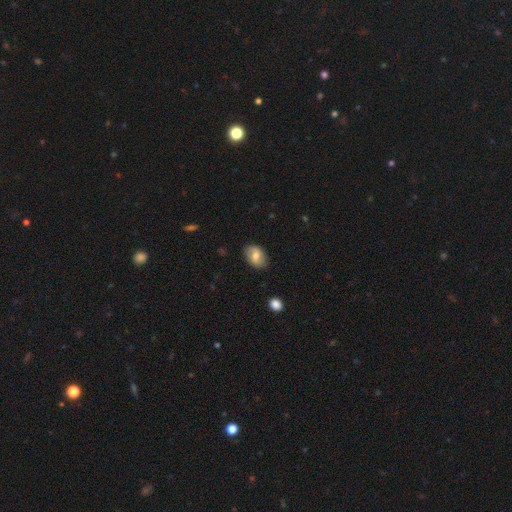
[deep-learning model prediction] This appears to be a smooth galaxy with no disk features (63%) that is in between round and cigar-shaped (79%). Merging: none (81%).